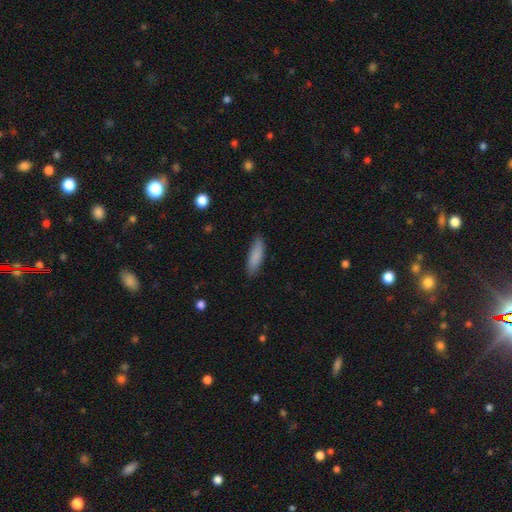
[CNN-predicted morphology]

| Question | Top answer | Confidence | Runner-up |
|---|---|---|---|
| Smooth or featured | smooth | 86% | featured or disk (8%) |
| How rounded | cigar-shaped | 51% | in between (48%) |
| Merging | none | 84% | minor disturbance (13%) |